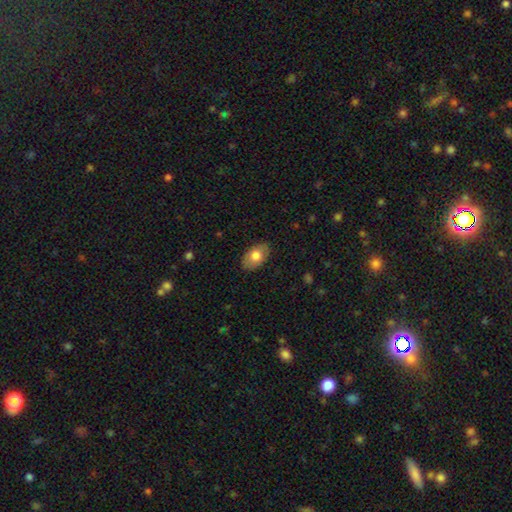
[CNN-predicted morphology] Smooth or featured? Predicted: smooth (p=0.76). How rounded? Predicted: in between (p=0.90). Merging? Predicted: none (p=0.84).